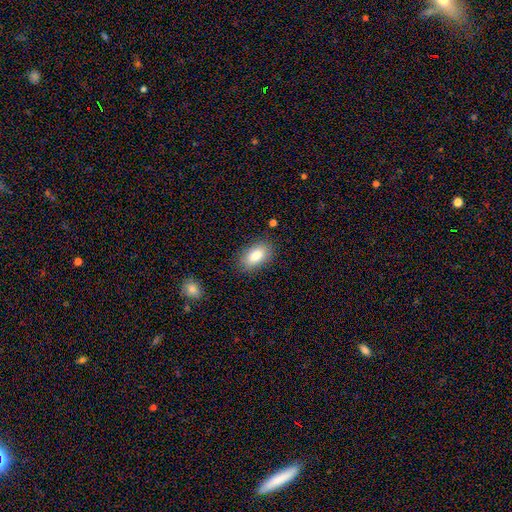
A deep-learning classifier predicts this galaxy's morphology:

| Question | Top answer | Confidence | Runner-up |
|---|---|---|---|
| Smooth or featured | smooth | 84% | featured or disk (9%) |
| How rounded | in between | 92% | round (5%) |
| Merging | none | 84% | minor disturbance (11%) |